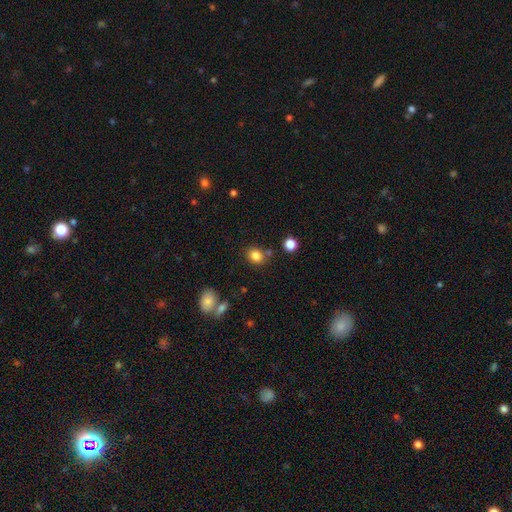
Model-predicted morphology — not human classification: Smooth or featured? smooth (82%)
How rounded? round (60%)
Merging? none (74%)